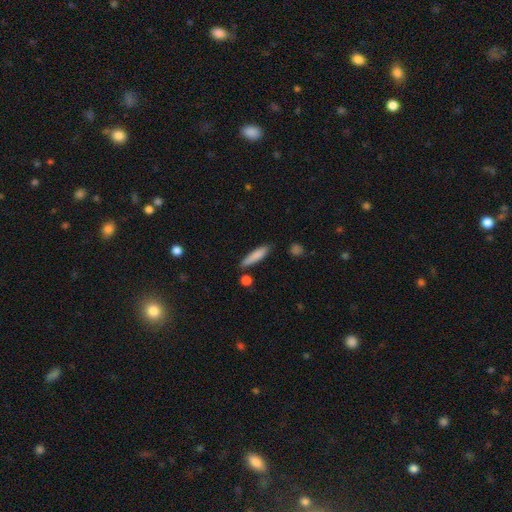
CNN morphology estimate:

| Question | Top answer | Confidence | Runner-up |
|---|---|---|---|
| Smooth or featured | smooth | 81% | featured or disk (13%) |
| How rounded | cigar-shaped | 82% | in between (16%) |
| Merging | none | 79% | minor disturbance (14%) |